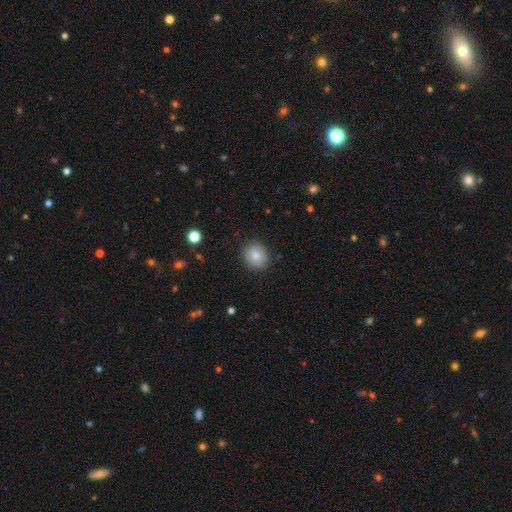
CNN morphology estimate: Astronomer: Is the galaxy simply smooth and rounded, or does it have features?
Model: smooth — 84%.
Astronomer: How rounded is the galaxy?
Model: round — 82%.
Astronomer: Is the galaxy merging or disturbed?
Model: none — 90%.